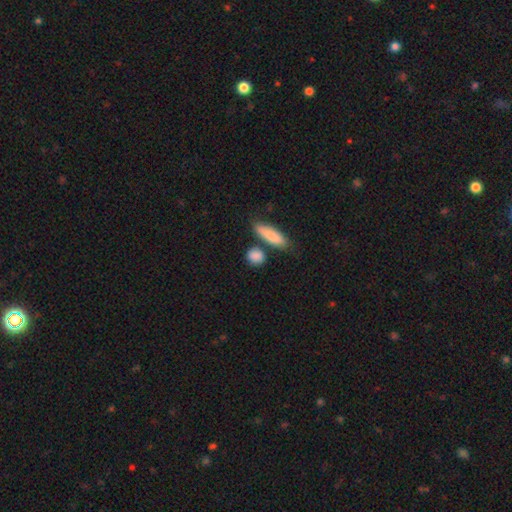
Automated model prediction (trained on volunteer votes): Smooth or featured? Predicted: smooth (p=0.87). How rounded? Predicted: round (p=0.50). Merging? Predicted: none (p=0.71).